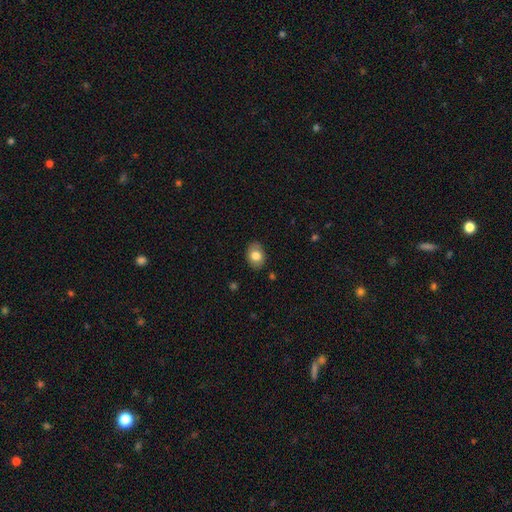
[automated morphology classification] Overall: smooth (79%). How rounded: in between (76%). Merging: none (86%).